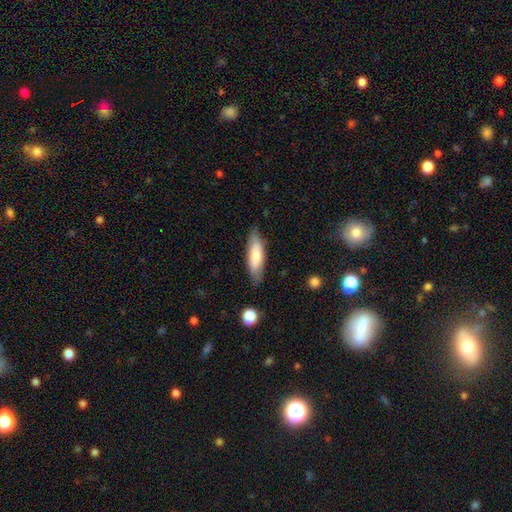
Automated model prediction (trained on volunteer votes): smooth-or-featured: smooth: 69% | featured or disk: 25% | star or artifact: 6%
  how-rounded: cigar-shaped: 54% | in between: 45% | round: 2%
  merging: none: 80% | minor disturbance: 15% | major disturbance: 3% | merger: 2%